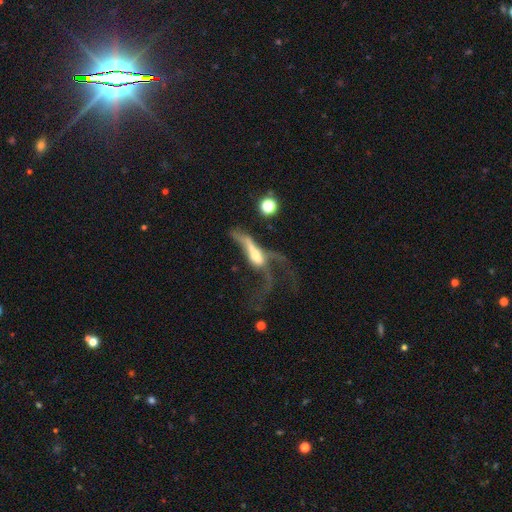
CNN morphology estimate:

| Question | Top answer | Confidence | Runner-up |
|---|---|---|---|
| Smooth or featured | featured or disk | 60% | smooth (29%) |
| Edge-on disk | no | 60% | yes (40%) |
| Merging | major disturbance | 56% | none (17%) |